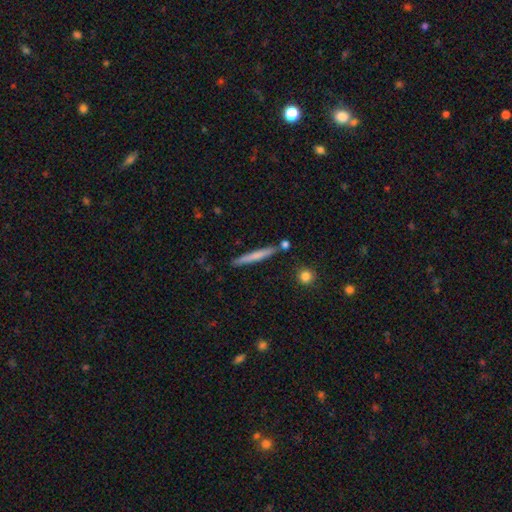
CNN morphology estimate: Smooth or featured?
  - smooth: 62% *
  - featured or disk: 32%
  - star or artifact: 6%
How rounded?
  - cigar-shaped: 96% *
  - in between: 2%
  - round: 1%
Merging?
  - none: 86% *
  - minor disturbance: 9%
  - merger: 4%
  - major disturbance: 2%